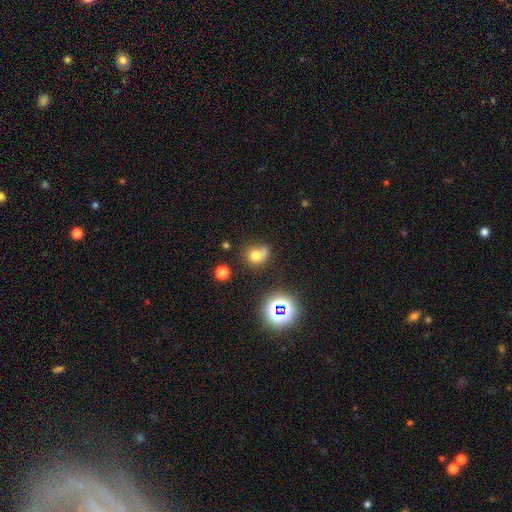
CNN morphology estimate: Smooth or featured? Predicted: smooth (p=0.67). How rounded? Predicted: round (p=0.68). Merging? Predicted: none (p=0.43).